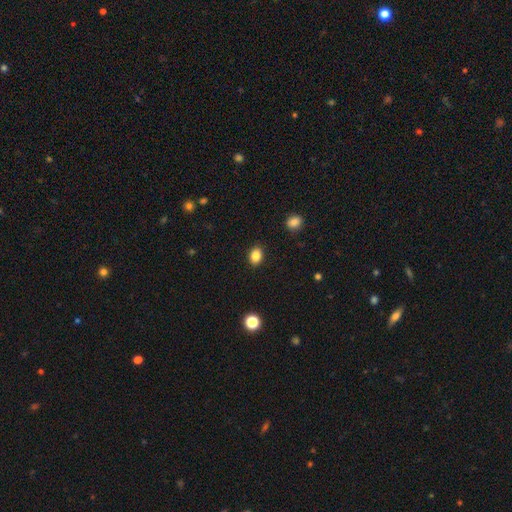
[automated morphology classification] smooth-or-featured: smooth: 86% | star or artifact: 10% | featured or disk: 4%
  how-rounded: in between: 67% | round: 32% | cigar-shaped: 1%
  merging: none: 89% | minor disturbance: 8% | major disturbance: 2% | merger: 1%